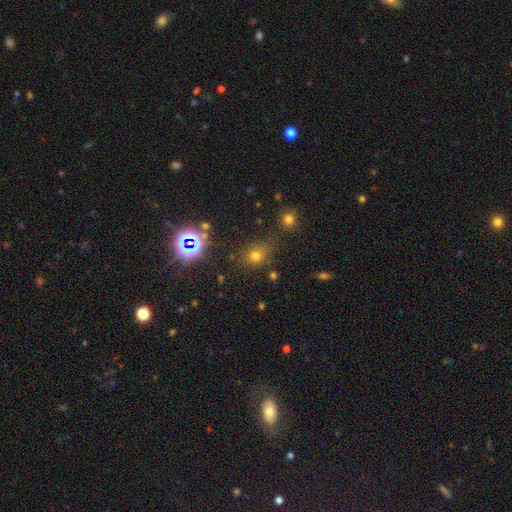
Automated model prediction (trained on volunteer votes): Q: Smooth or featured?
A: smooth (62%); runner-up: star or artifact (29%)
Q: How rounded?
A: round (68%); runner-up: in between (30%)
Q: Merging?
A: none (73%); runner-up: minor disturbance (15%)